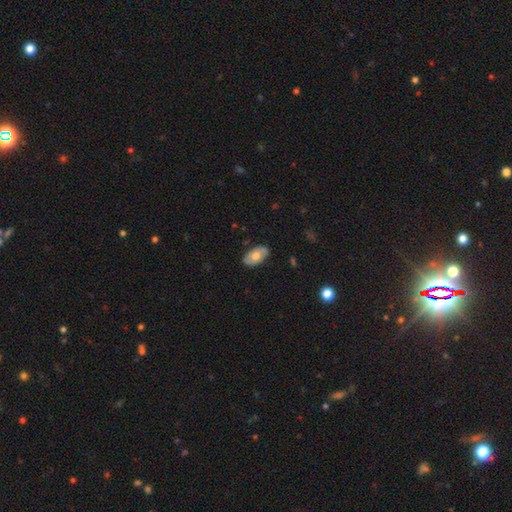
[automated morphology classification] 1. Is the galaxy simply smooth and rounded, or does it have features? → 62% smooth, 32% featured or disk, 6% star or artifact.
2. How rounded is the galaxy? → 94% in between, 5% round, 2% cigar-shaped.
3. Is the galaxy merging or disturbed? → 83% none, 14% minor disturbance, 2% major disturbance, 1% merger.